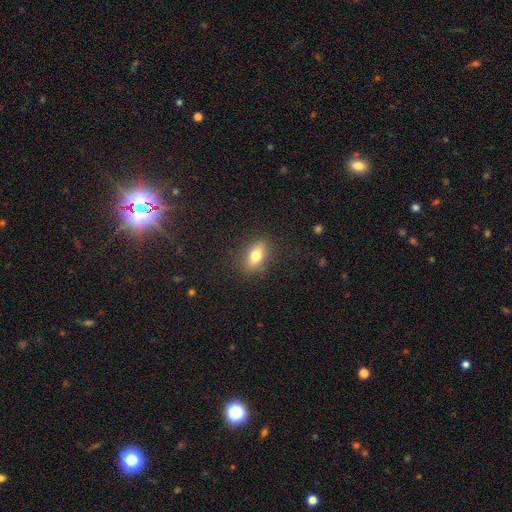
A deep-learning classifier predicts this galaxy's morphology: smooth_or_featured: smooth (p=0.78) [alt: featured or disk p=0.13]
how_rounded: in between (p=0.84) [alt: round p=0.11]
merging: none (p=0.86) [alt: minor disturbance p=0.10]